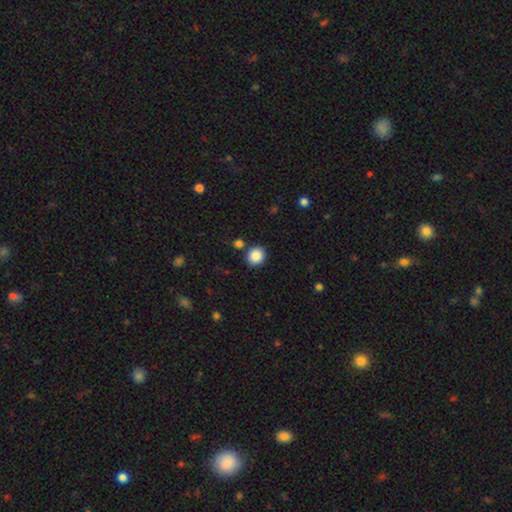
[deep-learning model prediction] Smooth or featured? smooth (87%)
How rounded? round (83%)
Merging? none (84%)